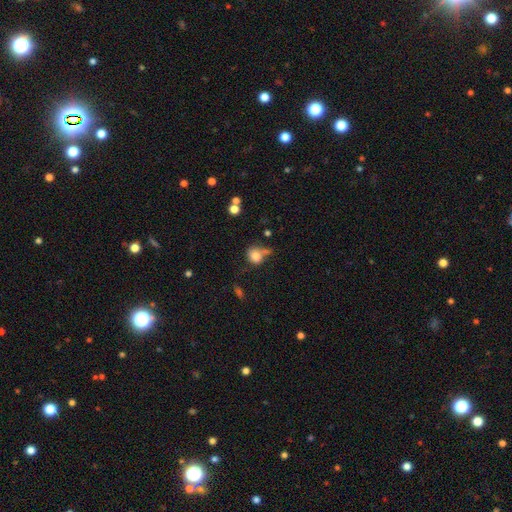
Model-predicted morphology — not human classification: Overall: smooth (77%). How rounded: round (68%; in between 30%). Merging: none (40%; minor disturbance 23%).